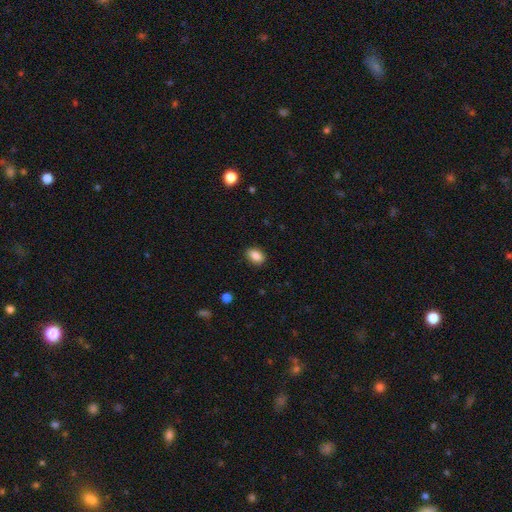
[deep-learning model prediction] The model was most divided on "how rounded": in between: 84%, round: 13%, cigar-shaped: 2%. More confident: smooth or featured — smooth (86%); merging — none (85%).